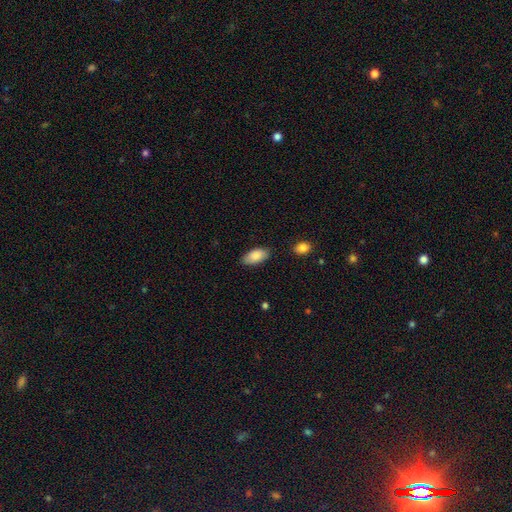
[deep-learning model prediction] This appears to be a smooth galaxy with no disk features (87%) that is in between round and cigar-shaped (93%). Merging: none (83%).